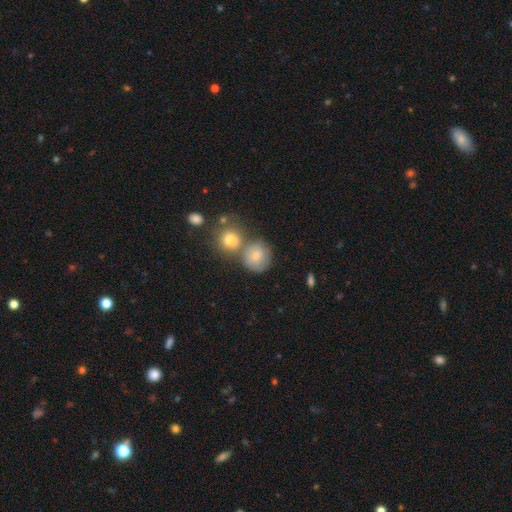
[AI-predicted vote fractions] smooth 77%, featured or disk 13%, star or artifact 10%. Down the decision tree: how rounded — round (85%); merging — none (51%).